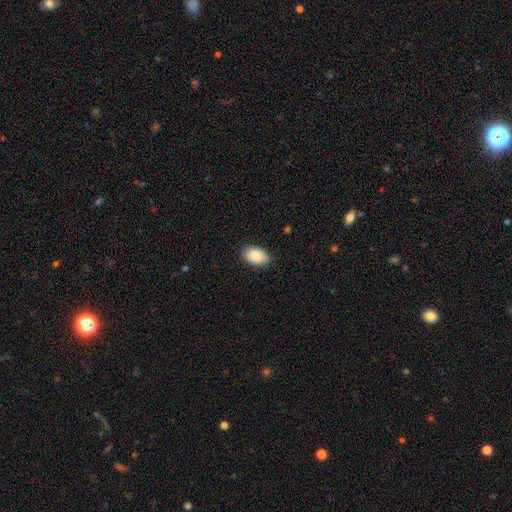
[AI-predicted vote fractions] Morphology: type=smooth (88%); roundness=in between (92%); merging=none (87%).